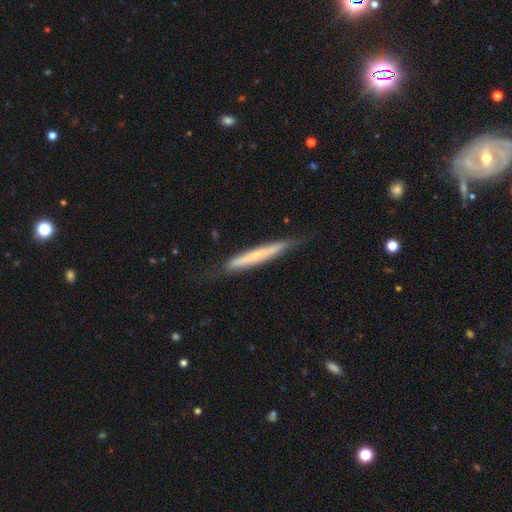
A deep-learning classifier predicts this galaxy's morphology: type=featured or disk (51%); edge-on=yes (89%); merging=none (72%).